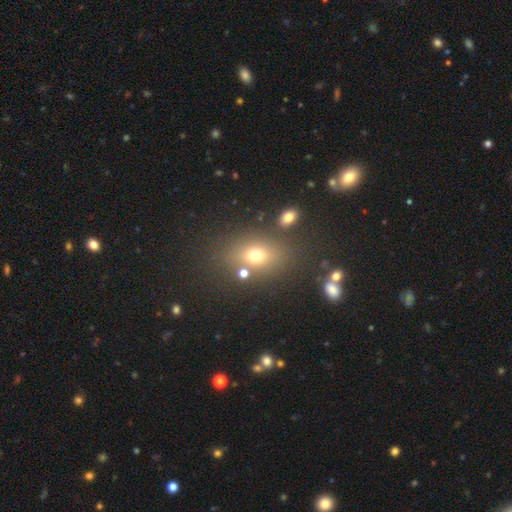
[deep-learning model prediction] Smooth or featured: smooth — 68% (star or artifact — 18%)
How rounded: in between — 62% (round — 36%)
Merging: none — 72% (minor disturbance — 12%)